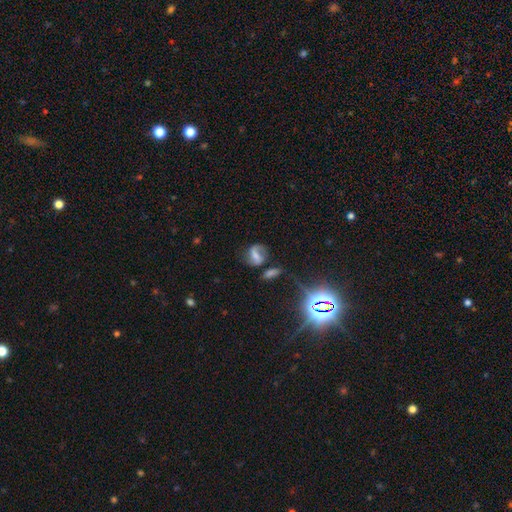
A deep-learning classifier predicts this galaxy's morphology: smooth-or-featured: featured or disk: 54% | smooth: 31% | star or artifact: 15%
  disk-edge-on: no: 95% | yes: 5%
    bar: strong: 42% | weak: 36% | no: 22%
    has-spiral-arms: yes: 79% | no: 21%
    bulge-size: moderate: 39% | small: 32% | none: 20% | large: 8% | dominant: 2%
  merging: none: 60% | minor disturbance: 20% | major disturbance: 11% | merger: 9%